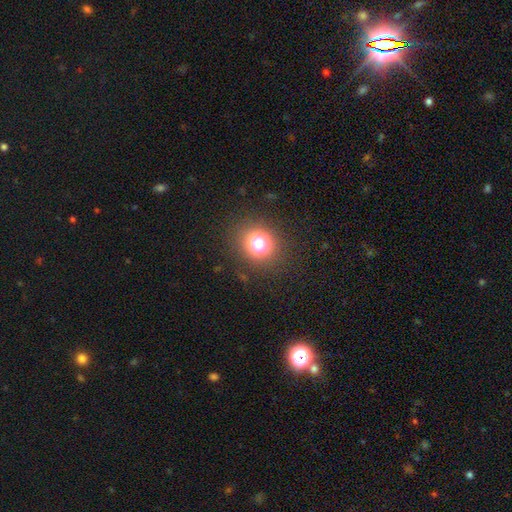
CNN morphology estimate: Overall: smooth (72%). How rounded: round (85%). Merging: none (91%).